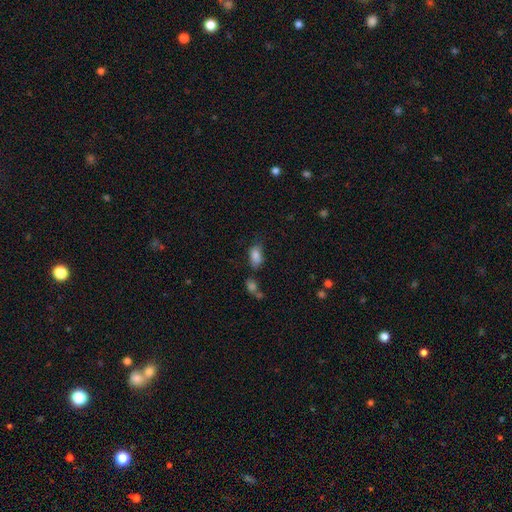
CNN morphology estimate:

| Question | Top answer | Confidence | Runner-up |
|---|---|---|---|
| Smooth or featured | smooth | 82% | star or artifact (10%) |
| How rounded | in between | 89% | round (7%) |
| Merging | none | 50% | minor disturbance (26%) |